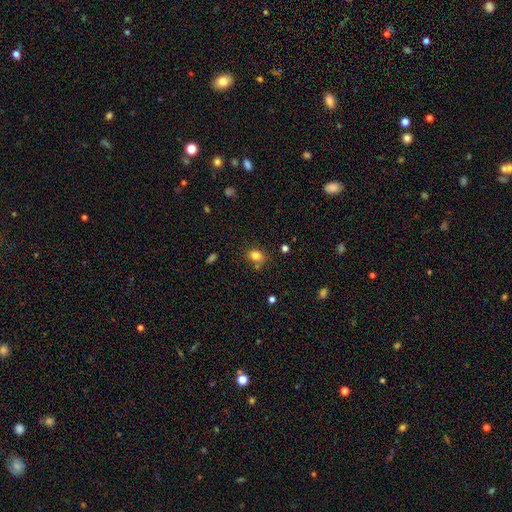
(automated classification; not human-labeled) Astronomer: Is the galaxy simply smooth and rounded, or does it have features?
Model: smooth — 81%.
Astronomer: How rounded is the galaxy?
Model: in between — 68%.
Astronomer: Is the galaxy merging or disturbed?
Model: none — 74%.